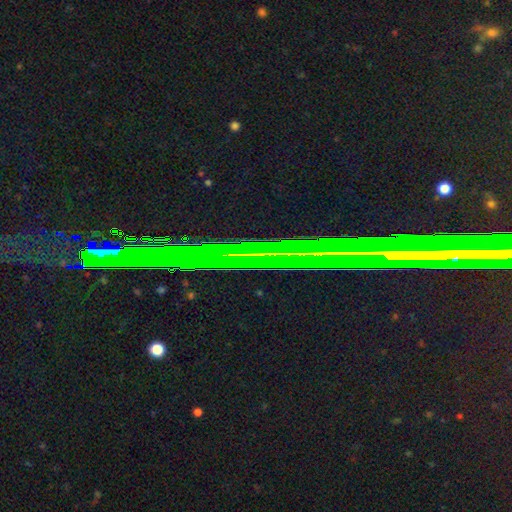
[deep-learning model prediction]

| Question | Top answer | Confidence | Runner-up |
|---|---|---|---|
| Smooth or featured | star or artifact | 74% | featured or disk (17%) |